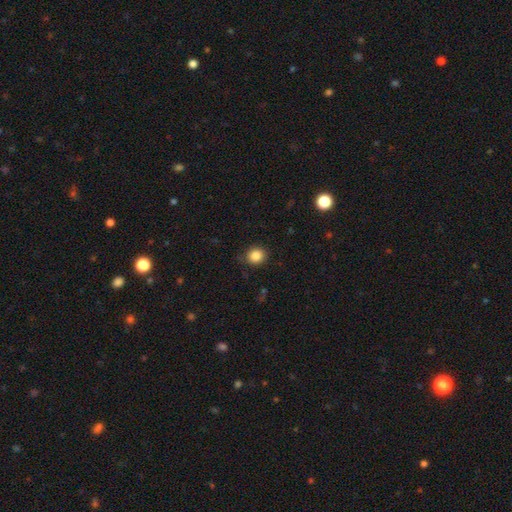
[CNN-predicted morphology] A smooth galaxy with no disk features (86%) that is round (81%).

Vote fractions:
- Smooth or featured? smooth: 86% / star or artifact: 10% / featured or disk: 4%
- How rounded? round: 81% / in between: 18% / cigar-shaped: 1%
- Merging? none: 84% / minor disturbance: 12% / major disturbance: 3% / merger: 1%